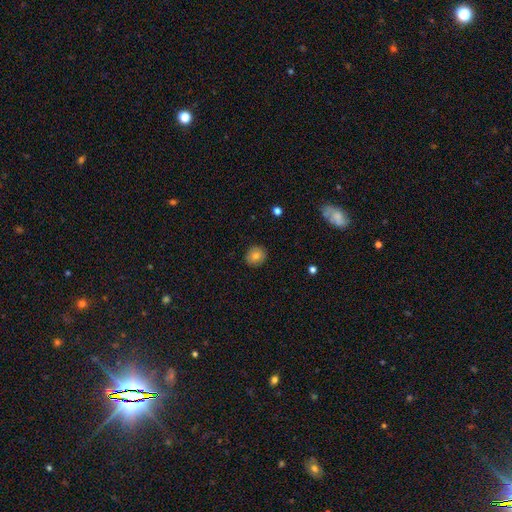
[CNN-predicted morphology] smooth-or-featured: smooth: 78% | featured or disk: 12% | star or artifact: 10%
  how-rounded: round: 81% | in between: 18% | cigar-shaped: 1%
  merging: none: 89% | minor disturbance: 8% | major disturbance: 2% | merger: 1%